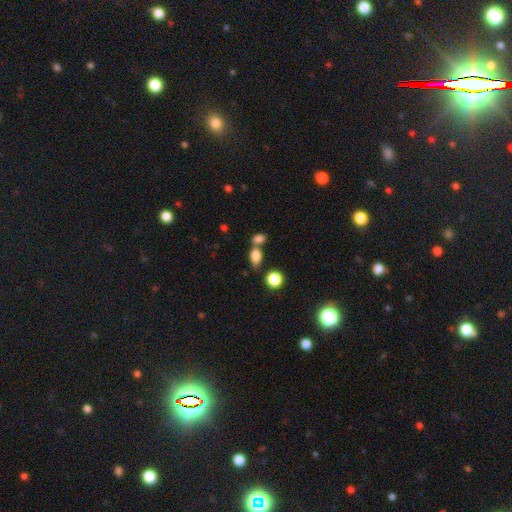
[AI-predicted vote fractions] This is clearly a smooth galaxy (81%). How rounded: clearly in between (83%). Merging: possibly none (49%).